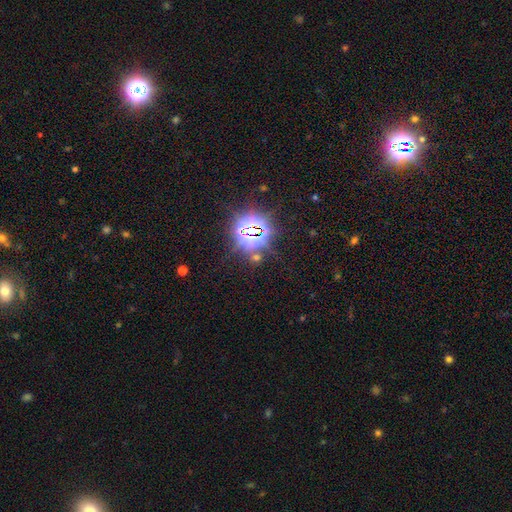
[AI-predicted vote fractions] The model was most divided on "smooth or featured": star or artifact: 82%, smooth: 10%, featured or disk: 8%.